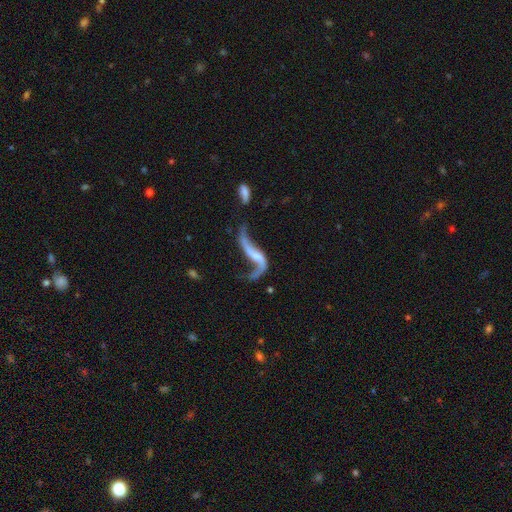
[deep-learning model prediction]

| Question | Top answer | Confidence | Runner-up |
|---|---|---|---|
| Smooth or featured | featured or disk | 85% | smooth (8%) |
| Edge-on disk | no | 90% | yes (10%) |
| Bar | no | 45% | weak (33%) |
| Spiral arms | yes | 90% | no (10%) |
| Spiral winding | loose | 94% | medium (4%) |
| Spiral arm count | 2 | 88% | 1 (7%) |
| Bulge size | small | 54% | moderate (24%) |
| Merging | none | 42% | major disturbance (26%) |